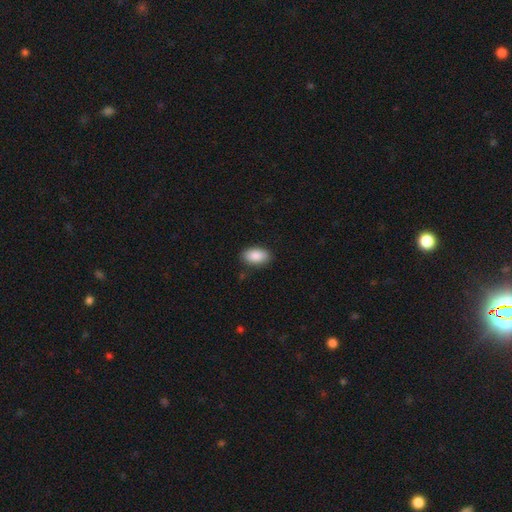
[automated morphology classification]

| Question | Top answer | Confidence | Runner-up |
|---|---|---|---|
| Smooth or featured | smooth | 89% | star or artifact (6%) |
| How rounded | in between | 93% | round (5%) |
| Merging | none | 87% | minor disturbance (10%) |